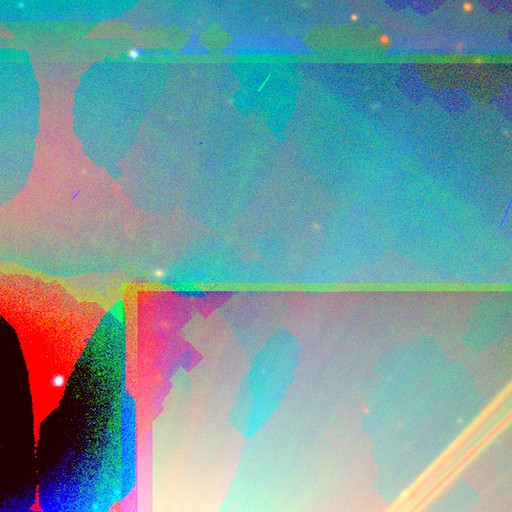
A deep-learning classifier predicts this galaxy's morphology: star or artifact 85%, featured or disk 8%, smooth 7%.